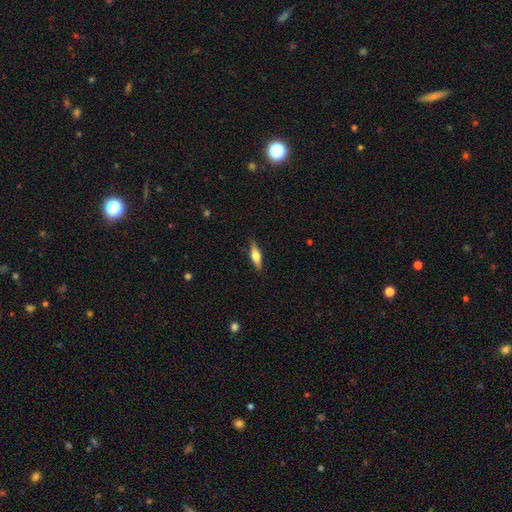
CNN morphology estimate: Smooth or featured?
  - smooth: 51% *
  - featured or disk: 43%
  - star or artifact: 6%
How rounded?
  - cigar-shaped: 60% *
  - in between: 38%
  - round: 3%
Merging?
  - none: 86% *
  - minor disturbance: 11%
  - major disturbance: 2%
  - merger: 1%